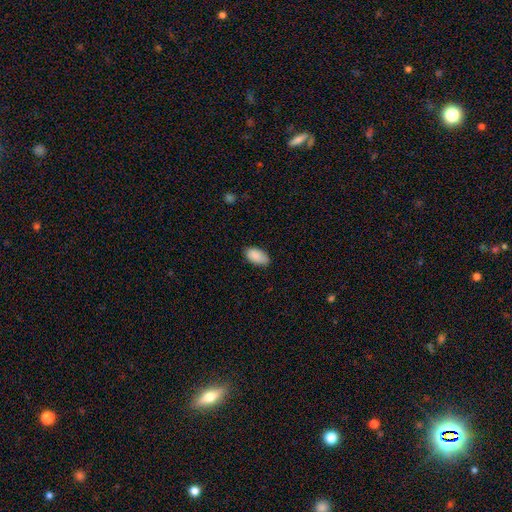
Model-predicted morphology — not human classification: smooth-or-featured: smooth: 89% | star or artifact: 7% | featured or disk: 5%
  how-rounded: in between: 95% | round: 3% | cigar-shaped: 2%
  merging: none: 78% | minor disturbance: 18% | major disturbance: 3% | merger: 1%